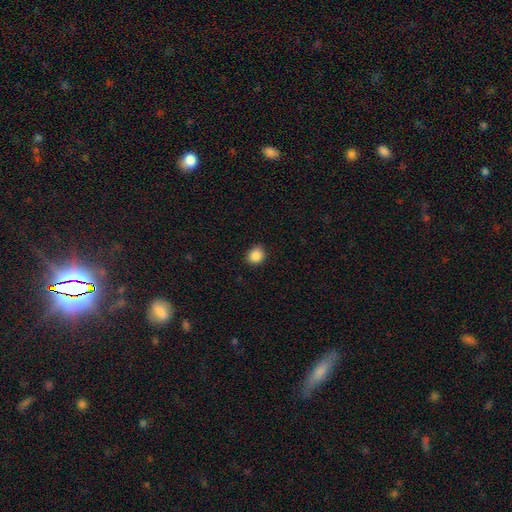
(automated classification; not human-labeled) Q: Smooth or featured?
A: smooth (87%); runner-up: star or artifact (10%)
Q: How rounded?
A: round (79%); runner-up: in between (20%)
Q: Merging?
A: none (87%); runner-up: minor disturbance (10%)